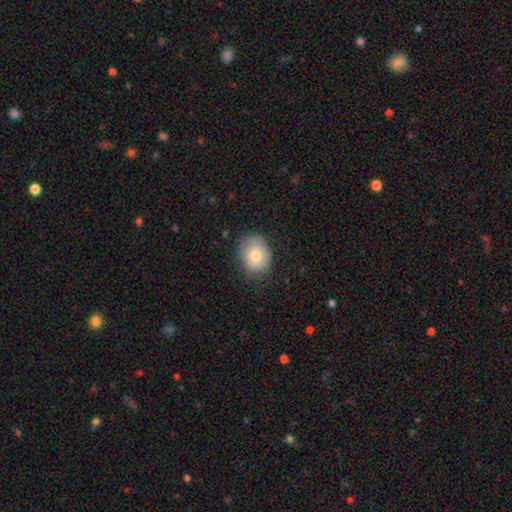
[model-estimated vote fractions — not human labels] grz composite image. It shows a smooth galaxy with no disk features (75%) that is round (51%). Merging: none (73%).